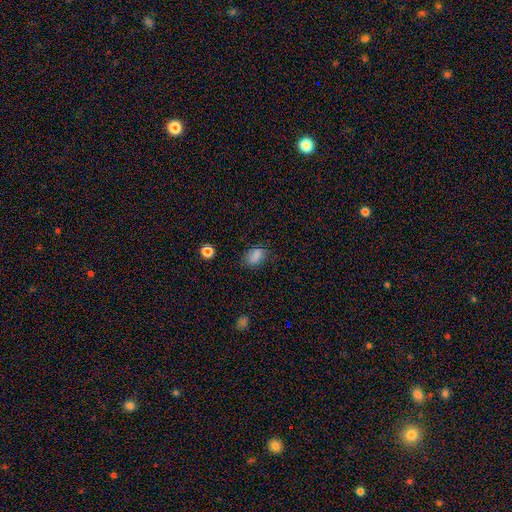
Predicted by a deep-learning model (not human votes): Smooth or featured?
  - smooth: 81% *
  - star or artifact: 12%
  - featured or disk: 6%
How rounded?
  - in between: 80% *
  - round: 18%
  - cigar-shaped: 2%
Merging?
  - none: 72% *
  - minor disturbance: 20%
  - major disturbance: 6%
  - merger: 2%